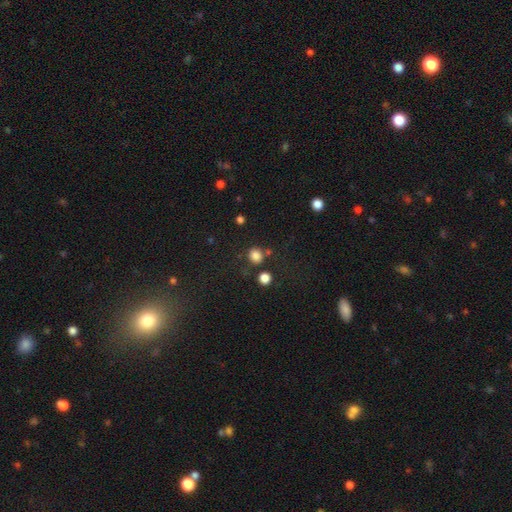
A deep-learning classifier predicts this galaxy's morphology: Overall: smooth (81%). How rounded: round (75%). Merging: none (73%).